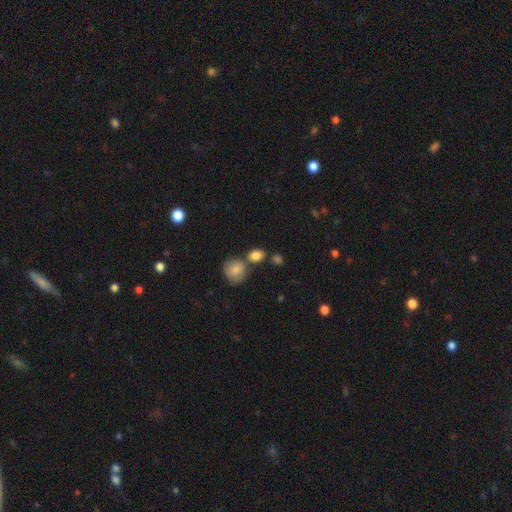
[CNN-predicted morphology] The model was most divided on "how rounded": in between: 57%, round: 41%, cigar-shaped: 2%. More confident: smooth or featured — smooth (85%); merging — none (59%).